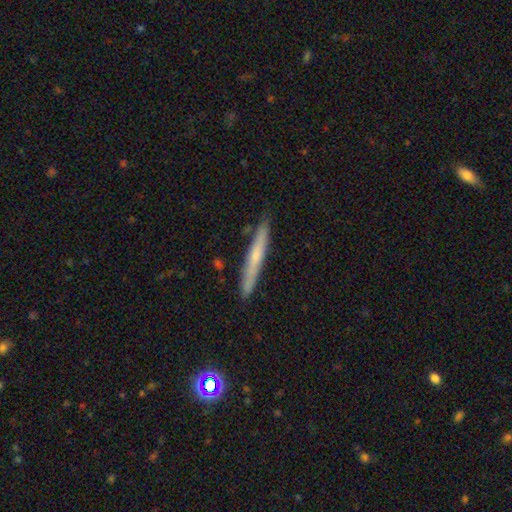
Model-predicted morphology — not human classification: type=smooth (52%); roundness=cigar-shaped (96%); merging=none (88%).